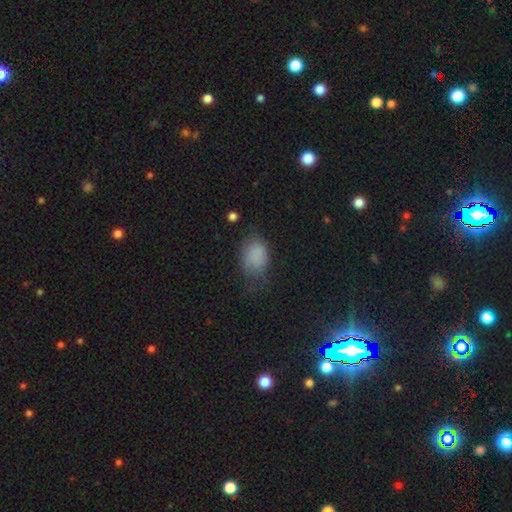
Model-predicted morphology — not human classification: smooth-or-featured: smooth: 82% | star or artifact: 11% | featured or disk: 8%
  how-rounded: in between: 76% | round: 22% | cigar-shaped: 1%
  merging: none: 54% | minor disturbance: 30% | major disturbance: 14% | merger: 2%